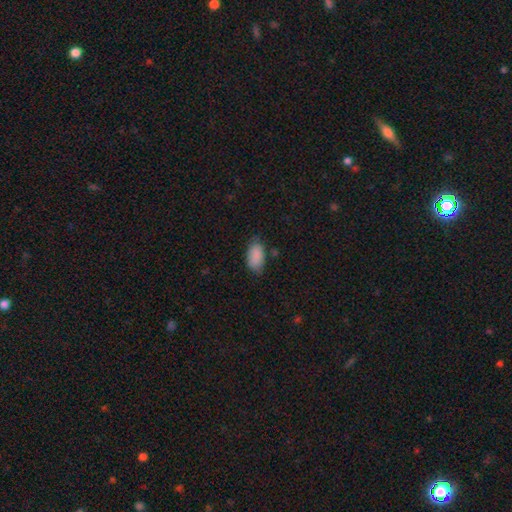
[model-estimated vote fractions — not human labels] smooth-or-featured: smooth: 88% | star or artifact: 7% | featured or disk: 5%
  how-rounded: in between: 94% | round: 3% | cigar-shaped: 3%
  merging: none: 71% | minor disturbance: 23% | major disturbance: 4% | merger: 2%